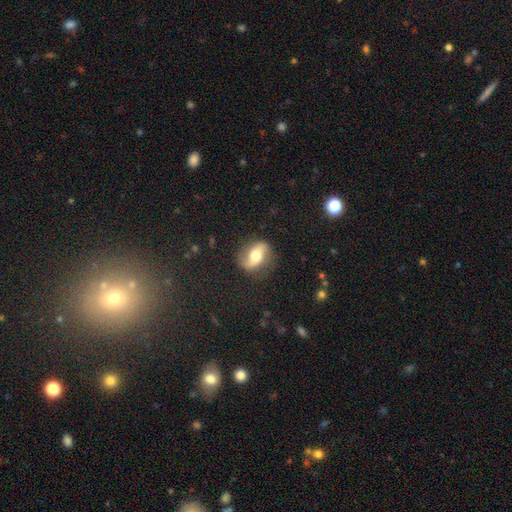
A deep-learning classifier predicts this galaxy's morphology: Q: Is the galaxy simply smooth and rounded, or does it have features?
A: featured or disk — 60%.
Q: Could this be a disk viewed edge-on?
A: no — 92%.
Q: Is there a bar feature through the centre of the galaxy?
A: no — 40%.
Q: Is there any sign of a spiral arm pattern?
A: yes — 83%.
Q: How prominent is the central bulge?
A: moderate — 62%.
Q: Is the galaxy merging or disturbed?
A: none — 78%.